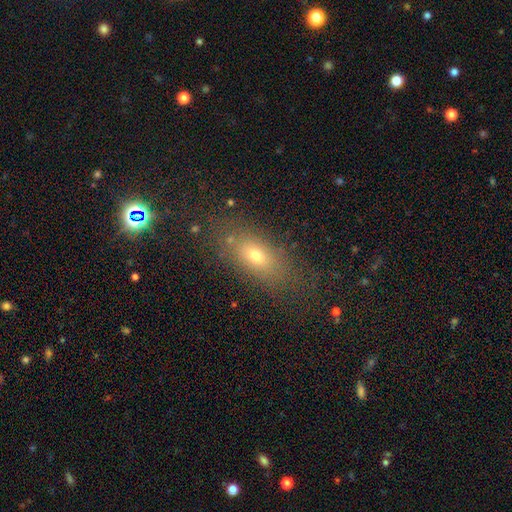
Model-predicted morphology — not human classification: This appears to be a smooth galaxy with no disk features (66%) that is in between round and cigar-shaped (74%). Merging: none (78%).